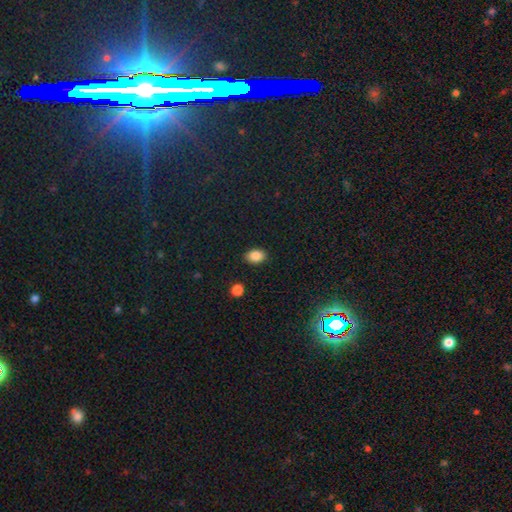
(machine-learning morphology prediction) smooth_or_featured: smooth (p=0.87) [alt: star or artifact p=0.09]
how_rounded: in between (p=0.85) [alt: round p=0.14]
merging: none (p=0.87) [alt: minor disturbance p=0.09]